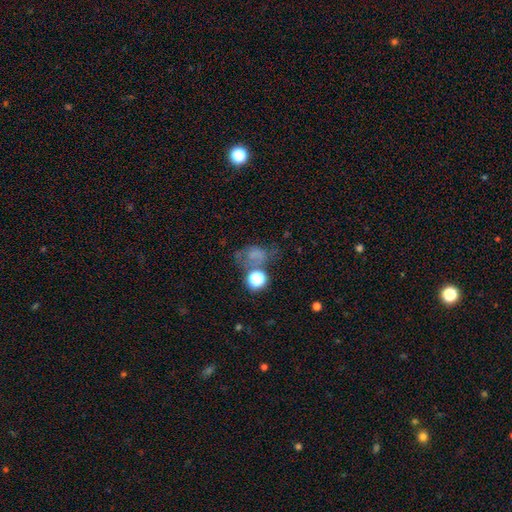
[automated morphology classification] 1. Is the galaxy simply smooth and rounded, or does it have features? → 50% smooth, 29% star or artifact, 21% featured or disk.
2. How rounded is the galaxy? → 51% round, 48% in between, 2% cigar-shaped.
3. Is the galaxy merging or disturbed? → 41% none, 25% major disturbance, 20% minor disturbance, 14% merger.